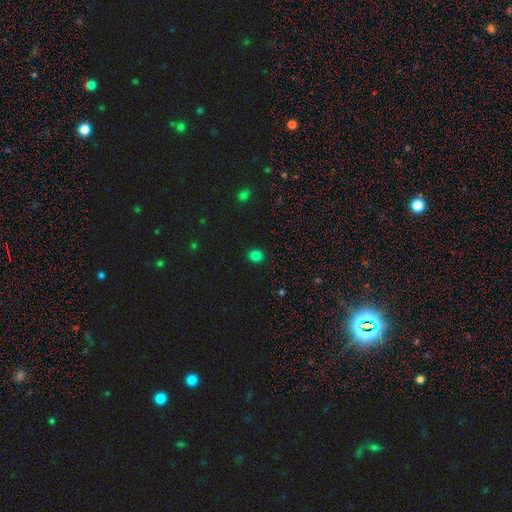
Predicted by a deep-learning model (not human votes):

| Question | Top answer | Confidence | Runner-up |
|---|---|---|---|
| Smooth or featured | smooth | 81% | star or artifact (16%) |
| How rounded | round | 71% | in between (28%) |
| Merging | none | 91% | minor disturbance (6%) |